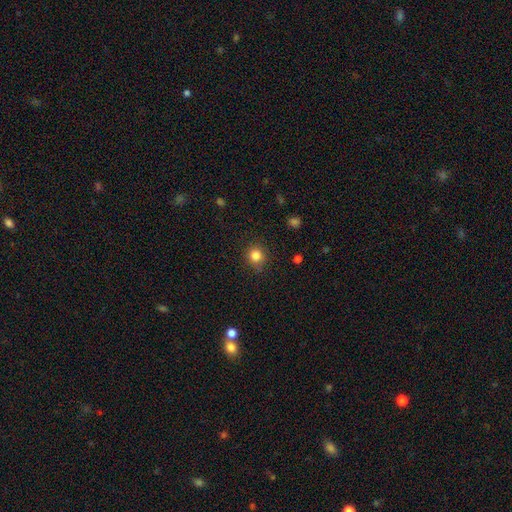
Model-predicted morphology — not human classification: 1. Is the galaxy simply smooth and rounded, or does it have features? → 83% smooth, 12% star or artifact, 5% featured or disk.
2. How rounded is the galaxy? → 89% round, 10% in between, 1% cigar-shaped.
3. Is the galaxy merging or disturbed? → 85% none, 11% minor disturbance, 3% major disturbance, 1% merger.